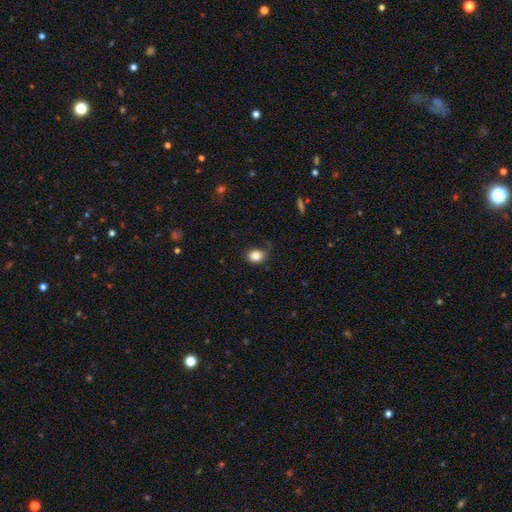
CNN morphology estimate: Q: Smooth or featured?
A: smooth (83%); runner-up: star or artifact (9%)
Q: How rounded?
A: round (50%); runner-up: in between (49%)
Q: Merging?
A: none (65%); runner-up: minor disturbance (23%)